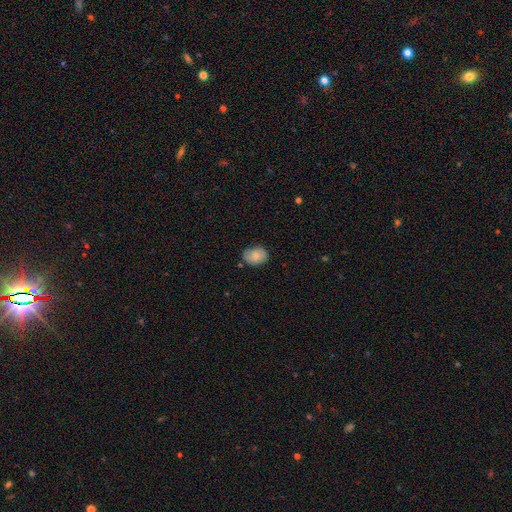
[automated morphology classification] Smooth or featured: smooth — 75% (featured or disk — 18%)
How rounded: in between — 65% (round — 34%)
Merging: none — 72% (minor disturbance — 22%)